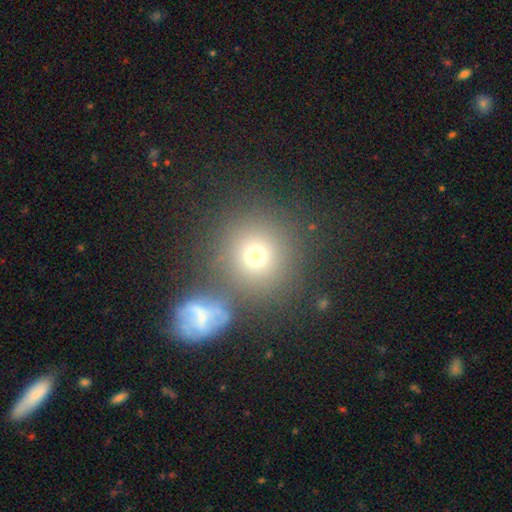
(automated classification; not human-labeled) smooth_or_featured: smooth (p=0.73) [alt: star or artifact p=0.14]
how_rounded: round (p=0.89) [alt: in between p=0.09]
merging: none (p=0.70) [alt: merger p=0.16]